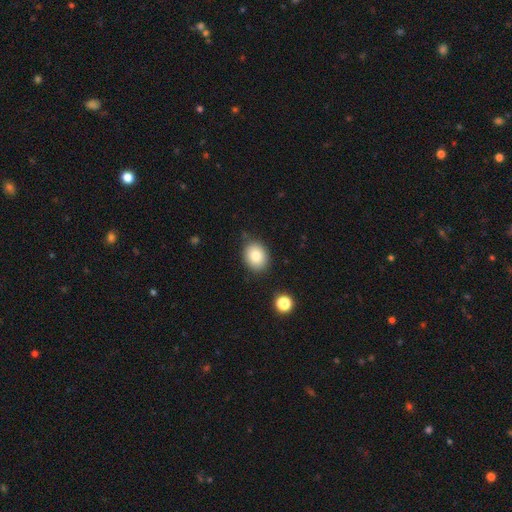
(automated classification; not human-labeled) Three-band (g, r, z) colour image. It shows a smooth galaxy with no disk features (81%) that is round (51%). Merging: none (82%).